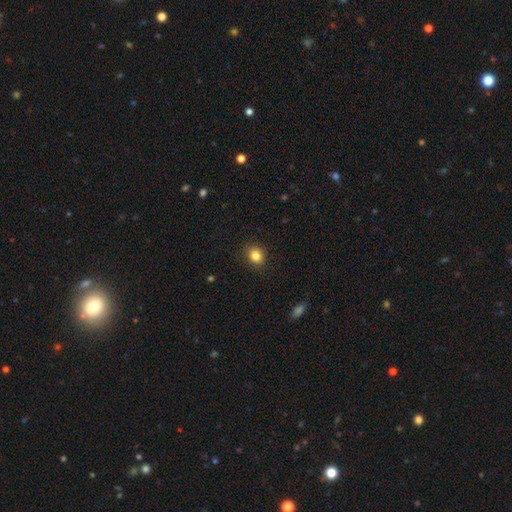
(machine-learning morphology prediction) smooth 83%, star or artifact 11%, featured or disk 6%. Down the decision tree: how rounded — round (73%); merging — none (89%).